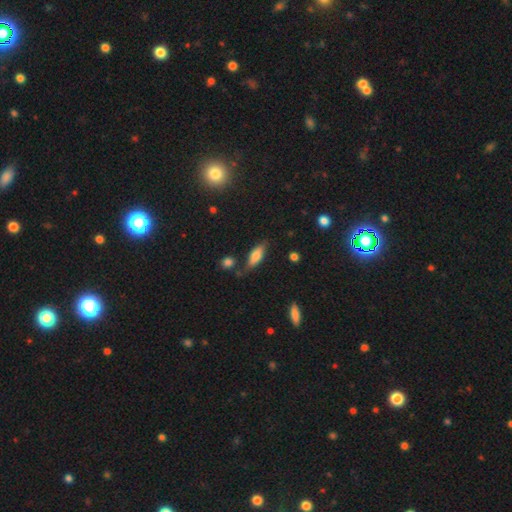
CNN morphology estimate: A smooth galaxy with no disk features (72%) that is in between round and cigar-shaped (62%). Merging: none (67%).